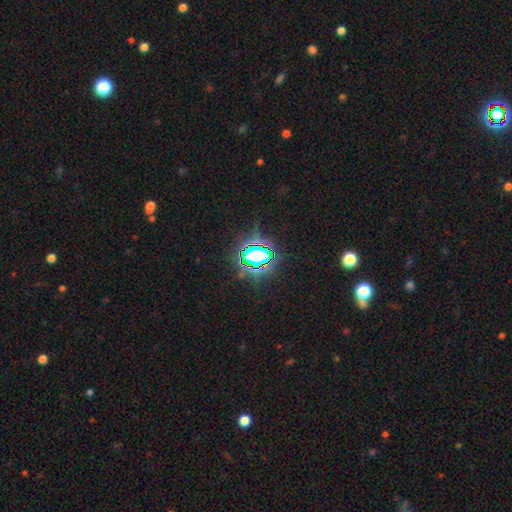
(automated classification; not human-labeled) The model was most divided on "smooth or featured": star or artifact: 75%, smooth: 15%, featured or disk: 11%.